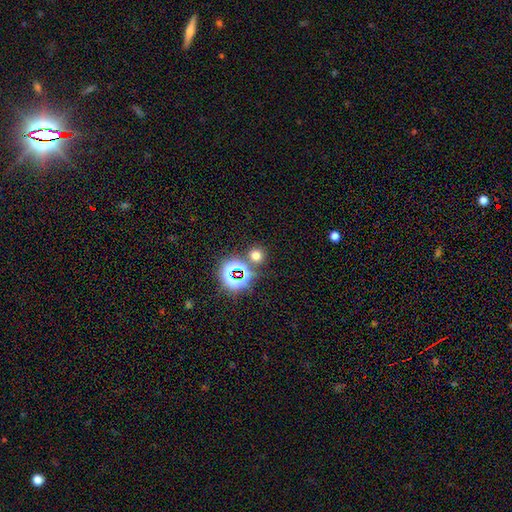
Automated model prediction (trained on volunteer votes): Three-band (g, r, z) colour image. It shows a smooth galaxy with no disk features (62%) that is round (88%). Merging: none (78%).